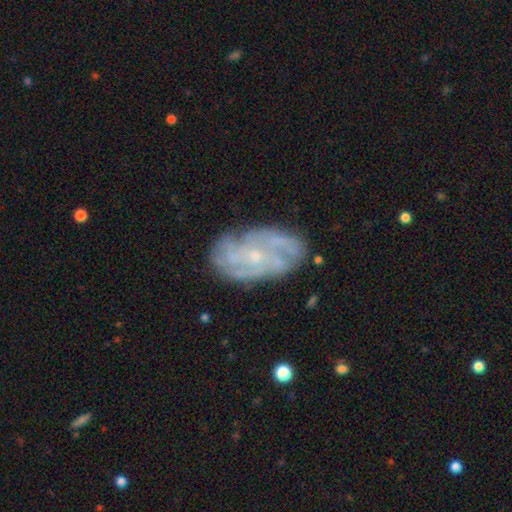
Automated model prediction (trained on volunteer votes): A featured or disk galaxy (78%) with no bar (72%), tight (51%) spiral arms (88%) and a small central bulge (75%).

Vote fractions:
- Smooth or featured? featured or disk: 78% / smooth: 15% / star or artifact: 7%
- Edge-on disk? no: 95% / yes: 5%
- Bar? no: 72% / weak: 24% / strong: 4%
- Spiral arms? yes: 88% / no: 12%
- Spiral winding? tight: 51% / medium: 36% / loose: 13%
- Spiral arm count? can't tell: 39% / 4: 19% / 3: 16% / 2: 13% / more than 4: 7% / 1: 5%
- Bulge size? small: 75% / moderate: 19% / none: 4% / large: 1% / dominant: 1%
- Merging? none: 75% / minor disturbance: 18% / major disturbance: 6% / merger: 2%